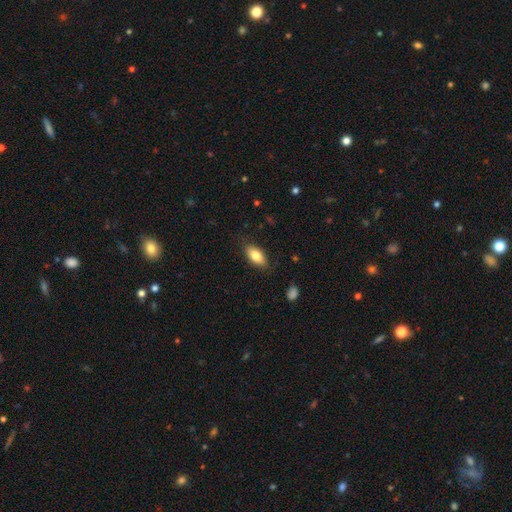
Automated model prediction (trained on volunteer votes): smooth_or_featured: smooth (p=0.80) [alt: featured or disk p=0.13]
how_rounded: in between (p=0.88) [alt: cigar-shaped p=0.09]
merging: none (p=0.82) [alt: minor disturbance p=0.14]